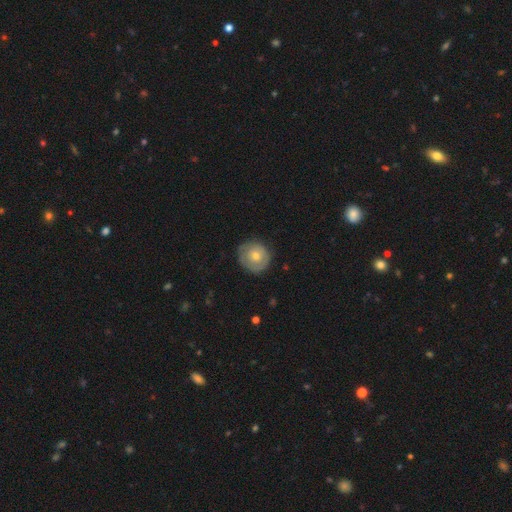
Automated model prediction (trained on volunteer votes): A smooth galaxy with no disk features (53%) that is round (88%).

Vote fractions:
- Smooth or featured? smooth: 53% / featured or disk: 40% / star or artifact: 7%
- How rounded? round: 88% / in between: 11% / cigar-shaped: 1%
- Merging? none: 80% / minor disturbance: 15% / major disturbance: 3% / merger: 1%